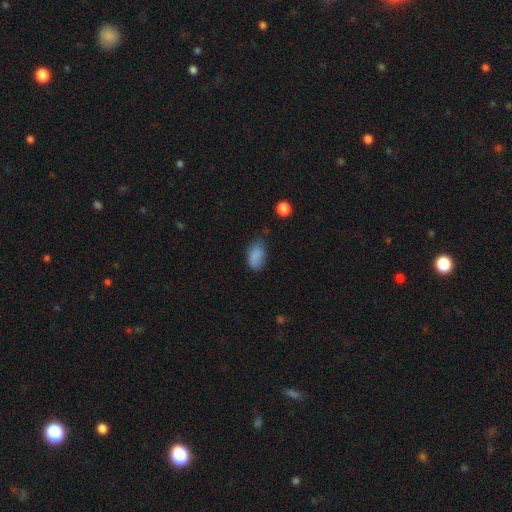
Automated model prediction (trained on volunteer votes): Smooth or featured: smooth — 86% (star or artifact — 9%)
How rounded: in between — 92% (round — 5%)
Merging: none — 64% (minor disturbance — 28%)